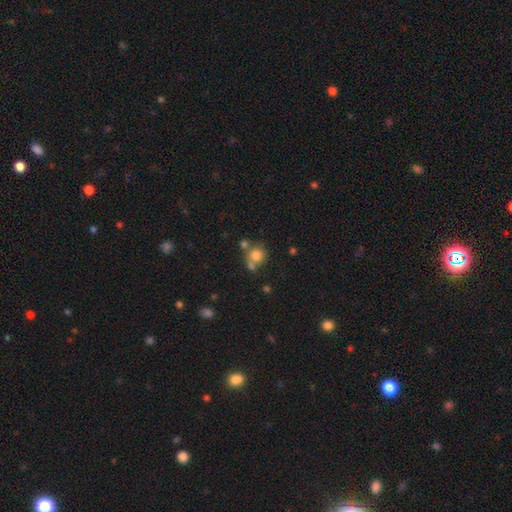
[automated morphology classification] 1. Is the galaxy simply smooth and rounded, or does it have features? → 76% smooth, 12% star or artifact, 11% featured or disk.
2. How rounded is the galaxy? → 87% round, 12% in between, 1% cigar-shaped.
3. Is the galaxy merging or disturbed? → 53% none, 31% merger, 11% minor disturbance, 5% major disturbance.